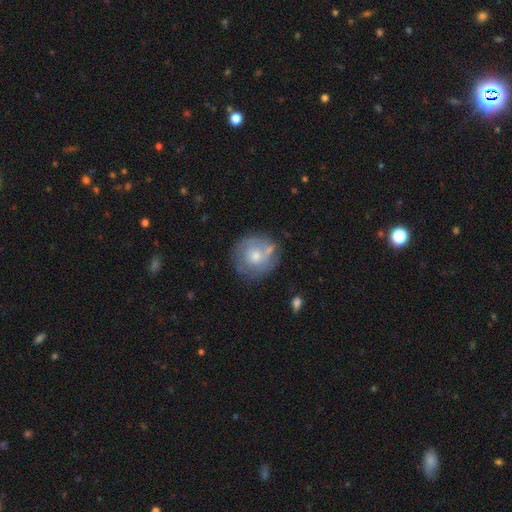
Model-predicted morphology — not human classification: Smooth or featured? featured or disk (52%)
Edge-on disk? no (97%)
Bar? no (83%)
Spiral arms? yes (55%)
Bulge size? moderate (55%)
Merging? none (66%)